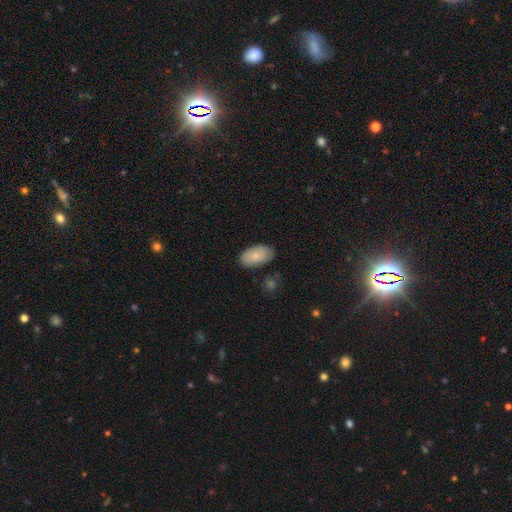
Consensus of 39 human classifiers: Q: Smooth or featured?
A: smooth (77%); runner-up: featured or disk (15%)
Q: How rounded?
A: in between (97%); runner-up: round (3%)
Q: Merging?
A: none (89%); runner-up: minor disturbance (8%)